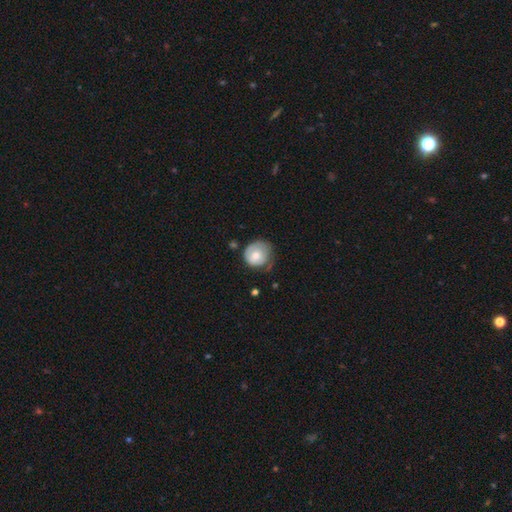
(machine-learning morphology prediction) This appears to be a smooth galaxy with no disk features (60%) that is round (82%). Merging: none (46%).